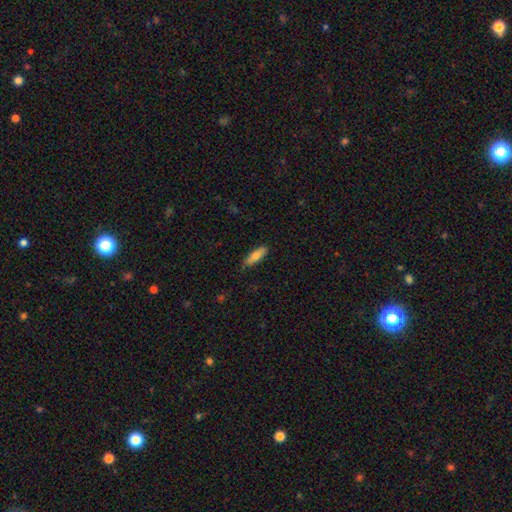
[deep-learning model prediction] A smooth galaxy with no disk features (71%) that is cigar-shaped (52%). Merging: none (80%).